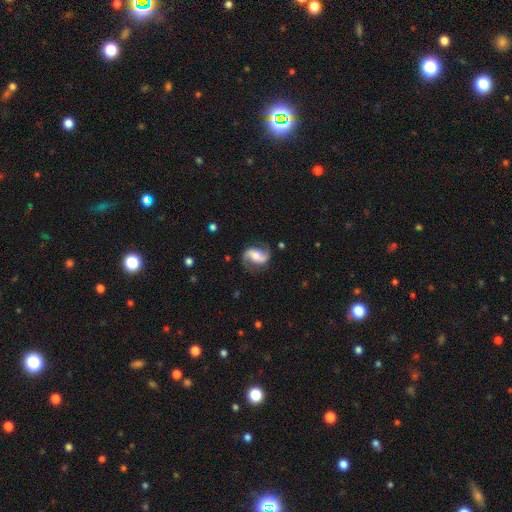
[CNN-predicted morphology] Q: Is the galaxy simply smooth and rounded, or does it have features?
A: featured or disk — 83%.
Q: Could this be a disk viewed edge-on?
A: no — 97%.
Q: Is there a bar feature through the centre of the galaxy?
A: no — 35%, tied with weak.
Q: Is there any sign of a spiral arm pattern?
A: yes — 95%.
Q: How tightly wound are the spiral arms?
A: loose — 44%.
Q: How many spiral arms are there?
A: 2 — 92%.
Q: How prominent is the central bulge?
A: moderate — 49%.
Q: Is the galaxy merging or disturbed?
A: none — 78%.